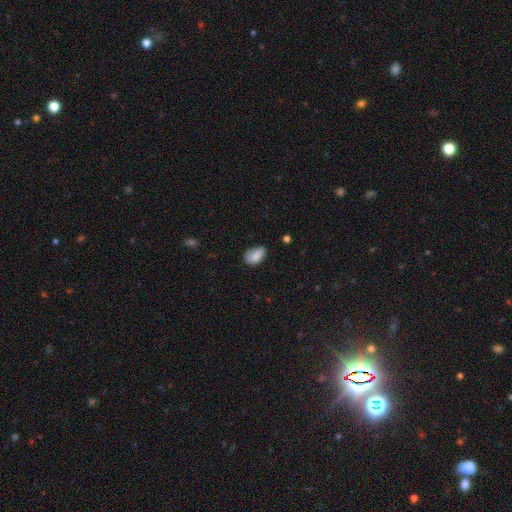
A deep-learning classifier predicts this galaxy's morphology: type=smooth (83%); roundness=in between (89%); merging=none (55%).